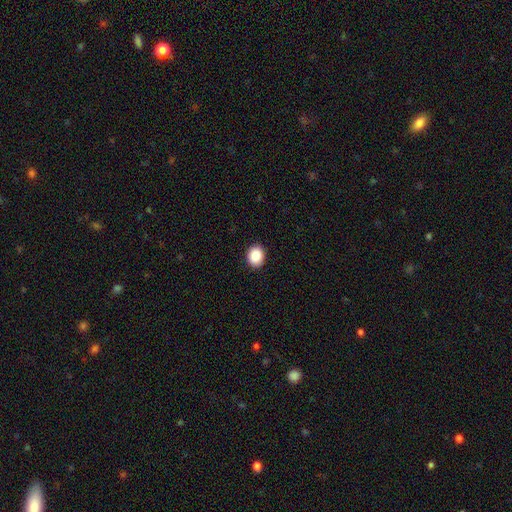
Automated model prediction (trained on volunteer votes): Morphology: type=smooth (89%); roundness=round (55%); merging=none (91%).